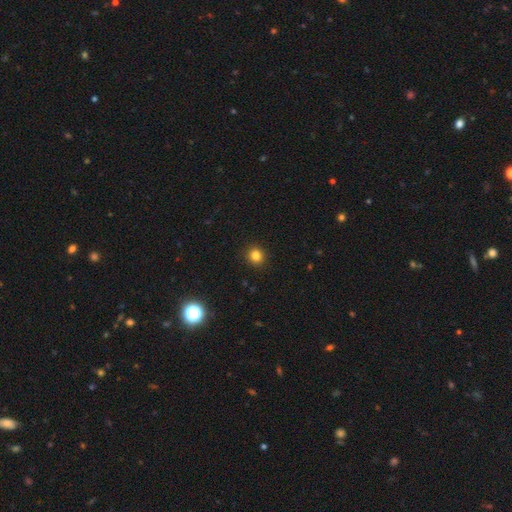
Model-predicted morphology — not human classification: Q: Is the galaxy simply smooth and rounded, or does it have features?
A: smooth — 82%.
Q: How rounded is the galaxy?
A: round — 88%.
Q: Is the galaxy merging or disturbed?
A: none — 92%.